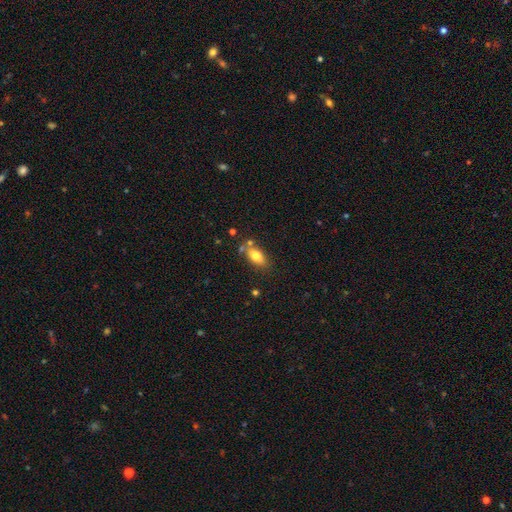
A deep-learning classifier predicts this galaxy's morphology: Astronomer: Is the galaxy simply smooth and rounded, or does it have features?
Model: smooth — 77%.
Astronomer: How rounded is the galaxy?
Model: in between — 87%.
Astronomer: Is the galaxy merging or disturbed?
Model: none — 67%.